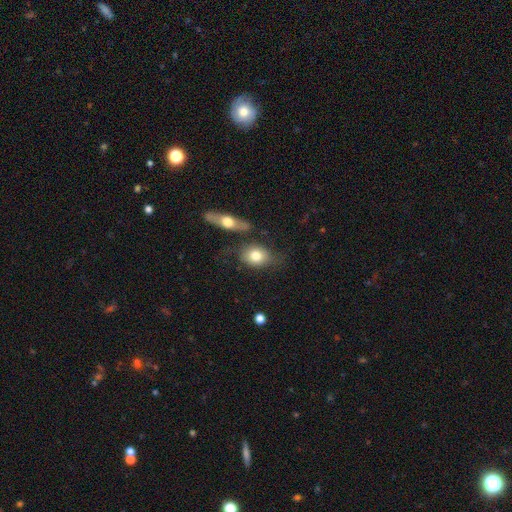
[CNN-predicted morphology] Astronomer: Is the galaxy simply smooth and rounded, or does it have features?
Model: smooth — 75%.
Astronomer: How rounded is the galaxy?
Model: in between — 64%.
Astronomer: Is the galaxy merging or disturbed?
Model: none — 64%.